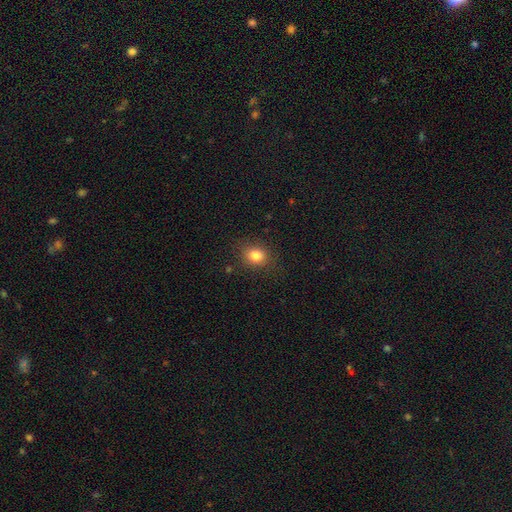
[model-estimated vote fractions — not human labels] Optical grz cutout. It shows a smooth galaxy with no disk features (82%) that is round (65%). Merging: none (84%).